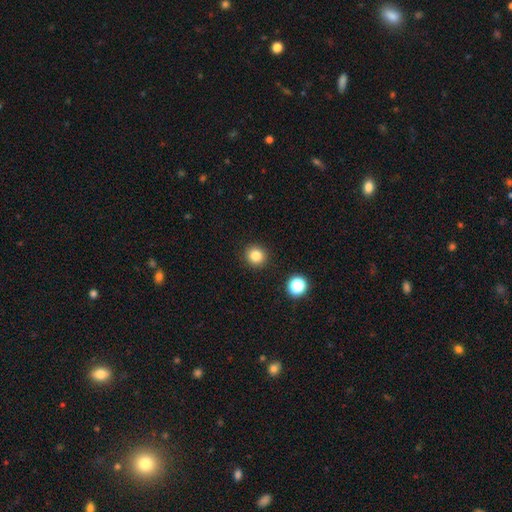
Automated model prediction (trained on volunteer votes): smooth_or_featured: smooth (p=0.81) [alt: star or artifact p=0.13]
how_rounded: round (p=0.91) [alt: in between p=0.09]
merging: none (p=0.91) [alt: minor disturbance p=0.05]